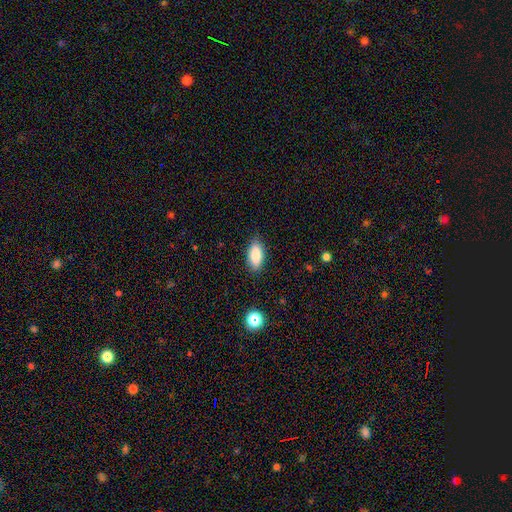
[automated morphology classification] This is clearly a smooth galaxy (86%). How rounded: clearly in between (88%). Merging: clearly none (85%).